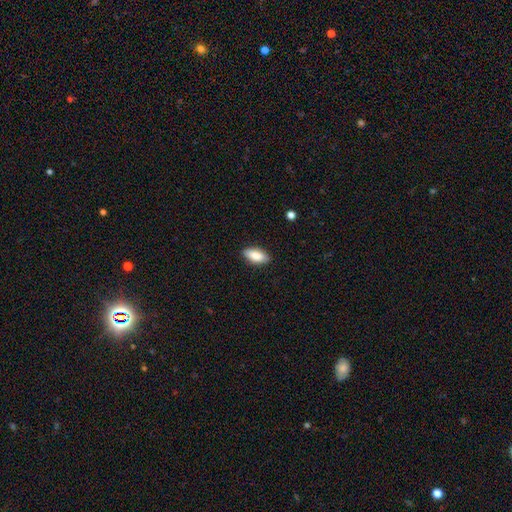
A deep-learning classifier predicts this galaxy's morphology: Overall: smooth (86%). How rounded: in between (88%). Merging: none (88%).